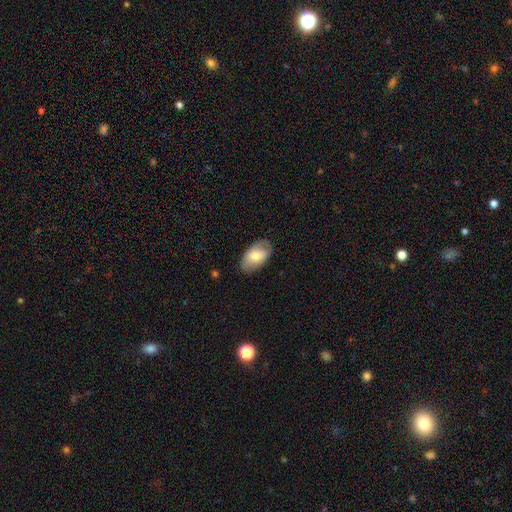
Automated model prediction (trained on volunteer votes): The model was most divided on "smooth or featured": smooth: 68%, featured or disk: 25%, star or artifact: 6%. More confident: how rounded — in between (94%); merging — none (75%).